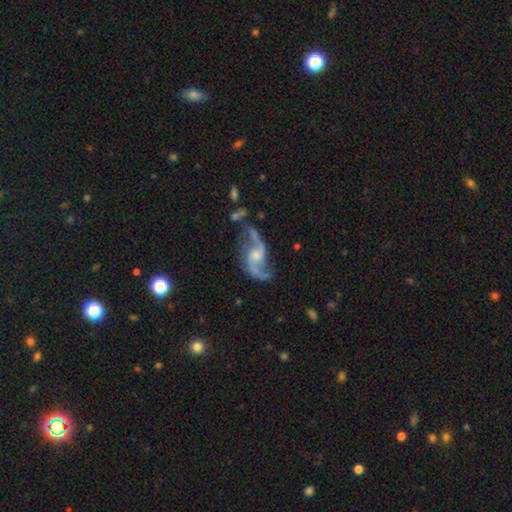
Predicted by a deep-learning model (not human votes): Smooth or featured? Predicted: featured or disk (p=0.90). Edge-on disk? Predicted: no (p=0.97). Bar? Predicted: no (p=0.51). Spiral arms? Predicted: yes (p=0.97). Spiral winding? Predicted: loose (p=0.68). Spiral arm count? Predicted: 2 (p=0.93). Bulge size? Predicted: moderate (p=0.43). Merging? Predicted: none (p=0.66).